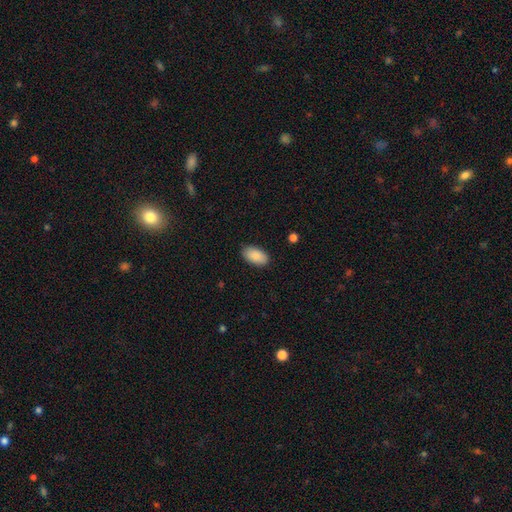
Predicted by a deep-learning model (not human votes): Smooth or featured?
  - smooth: 88% *
  - star or artifact: 6%
  - featured or disk: 6%
How rounded?
  - in between: 95% *
  - round: 3%
  - cigar-shaped: 2%
Merging?
  - none: 88% *
  - minor disturbance: 9%
  - major disturbance: 2%
  - merger: 1%